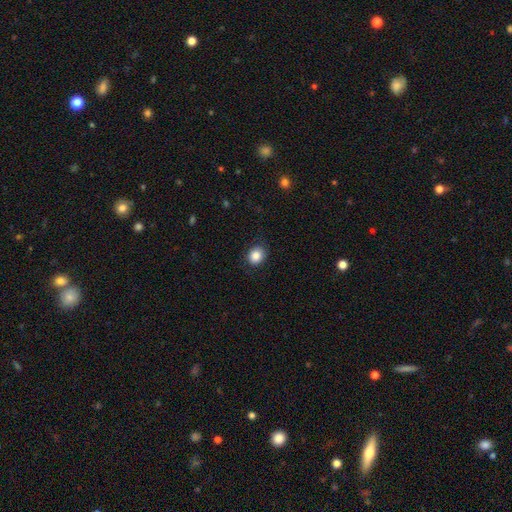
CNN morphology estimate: A smooth galaxy with no disk features (86%) that is round (70%). Merging: none (84%).